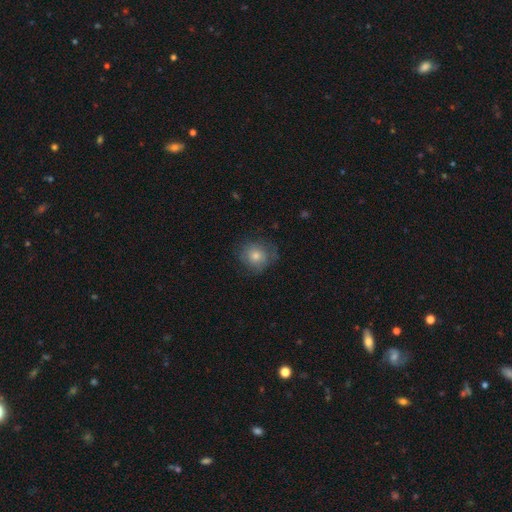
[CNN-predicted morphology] Smooth or featured? smooth (60%)
How rounded? round (83%)
Merging? none (70%)